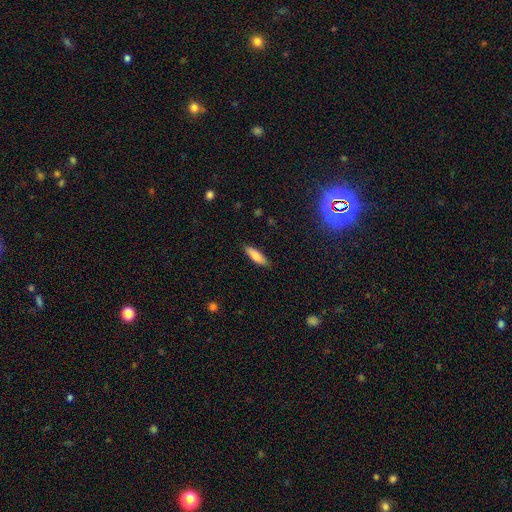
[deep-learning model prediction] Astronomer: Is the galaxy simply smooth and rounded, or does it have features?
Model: smooth — 81%.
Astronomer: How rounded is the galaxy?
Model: cigar-shaped — 55% (runner-up: in between, 43%).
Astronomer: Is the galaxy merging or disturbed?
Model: none — 87%.